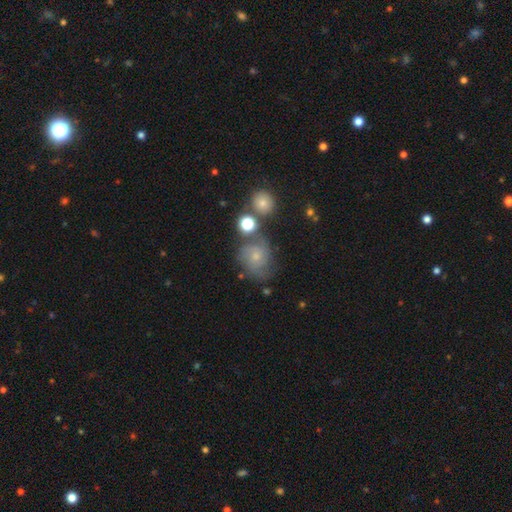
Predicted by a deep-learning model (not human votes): A featured or disk galaxy (63%) with no bar (77%), 2 (31%) medium (43%, tied with tight) spiral arms (91%) and a small central bulge (69%). Merging: none (61%).